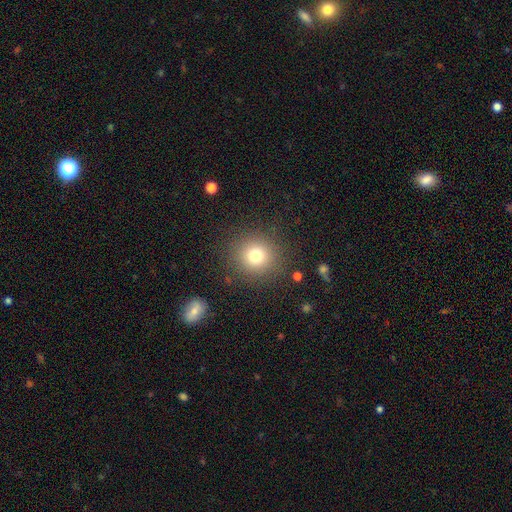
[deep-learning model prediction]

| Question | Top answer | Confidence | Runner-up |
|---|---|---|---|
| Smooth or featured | smooth | 76% | star or artifact (15%) |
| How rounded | round | 91% | in between (8%) |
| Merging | none | 88% | minor disturbance (7%) |